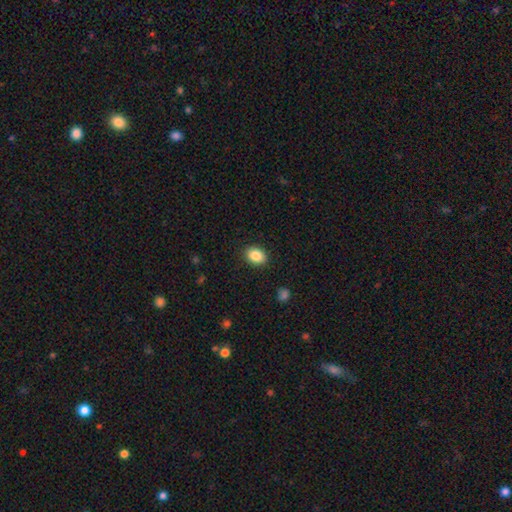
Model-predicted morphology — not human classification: This appears to be a smooth galaxy with no disk features (86%) that is in between round and cigar-shaped (69%). Merging: none (89%).